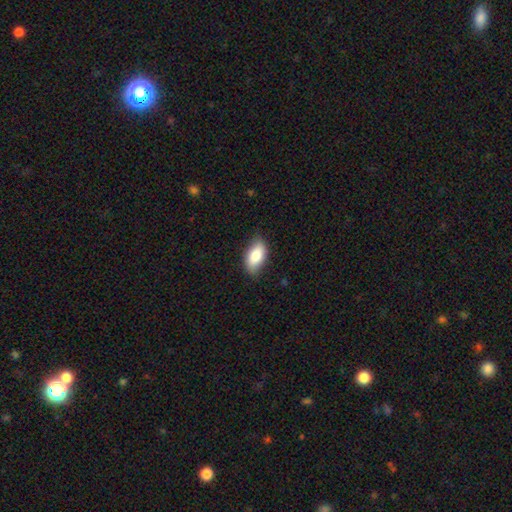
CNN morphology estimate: Smooth or featured? Predicted: smooth (p=0.81). How rounded? Predicted: in between (p=0.92). Merging? Predicted: none (p=0.80).